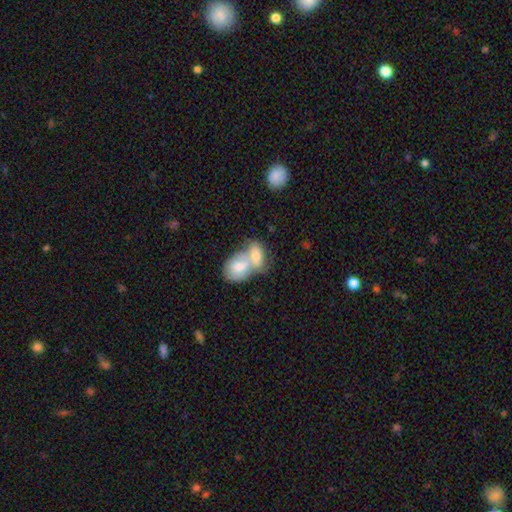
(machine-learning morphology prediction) Smooth or featured?
  - smooth: 75% *
  - featured or disk: 19%
  - star or artifact: 6%
How rounded?
  - in between: 87% *
  - round: 11%
  - cigar-shaped: 3%
Merging?
  - merger: 76% *
  - none: 15%
  - minor disturbance: 6%
  - major disturbance: 3%